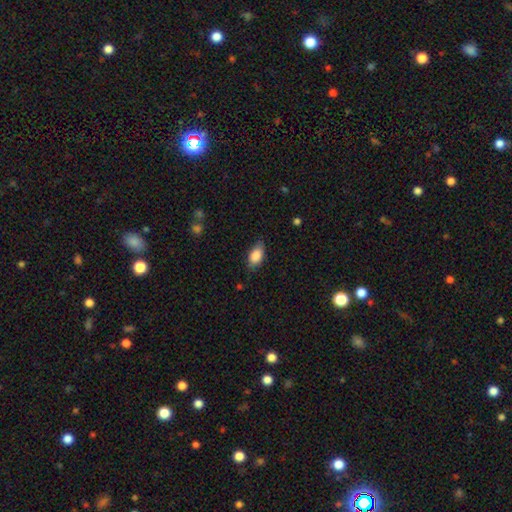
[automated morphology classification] A smooth galaxy with no disk features (86%) that is in between round and cigar-shaped (91%). Merging: none (77%).